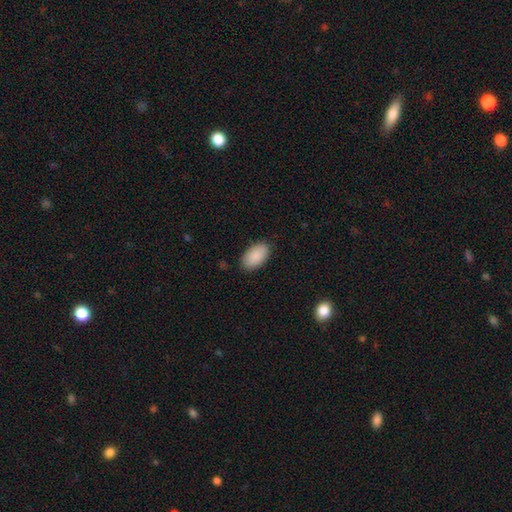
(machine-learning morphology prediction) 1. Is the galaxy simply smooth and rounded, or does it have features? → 90% smooth, 6% star or artifact, 4% featured or disk.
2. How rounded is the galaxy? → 95% in between, 3% round, 2% cigar-shaped.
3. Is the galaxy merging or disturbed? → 87% none, 10% minor disturbance, 2% major disturbance, 1% merger.